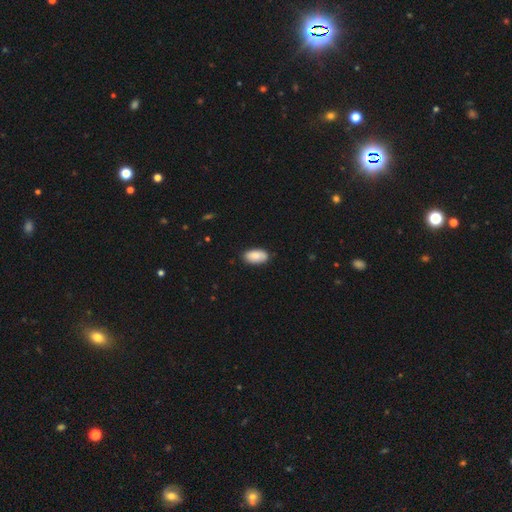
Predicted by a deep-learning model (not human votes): smooth 86%, featured or disk 8%, star or artifact 6%. Down the decision tree: how rounded — in between (95%); merging — none (84%).